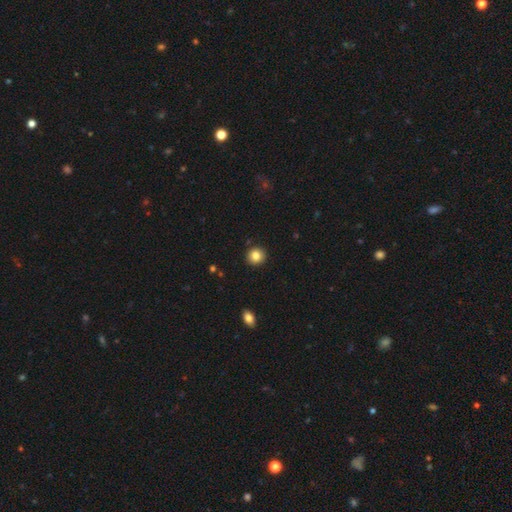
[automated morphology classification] Smooth or featured: smooth — 84% (star or artifact — 10%)
How rounded: round — 91% (in between — 9%)
Merging: none — 92% (minor disturbance — 5%)